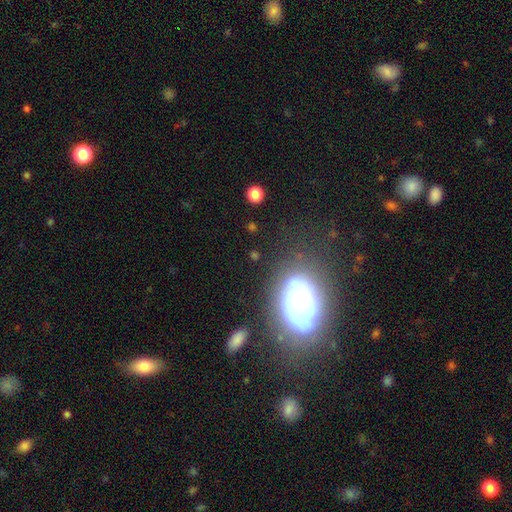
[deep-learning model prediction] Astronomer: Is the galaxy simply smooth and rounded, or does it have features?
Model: featured or disk — 58%.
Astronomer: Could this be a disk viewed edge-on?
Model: no — 93%.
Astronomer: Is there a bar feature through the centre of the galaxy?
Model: no — 81%.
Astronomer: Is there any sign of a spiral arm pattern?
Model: yes — 55% (runner-up: no, 45%).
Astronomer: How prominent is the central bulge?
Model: moderate — 35% (runner-up: large, 30%).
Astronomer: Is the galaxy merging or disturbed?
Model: none — 56%.